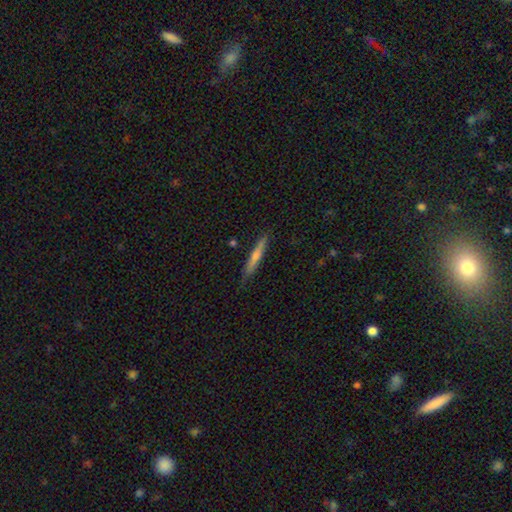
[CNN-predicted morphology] Smooth or featured: featured or disk — 55% (smooth — 38%)
Edge-on disk: yes — 96% (no — 4%)
Edge-on bulge: rounded — 66% (none — 29%)
Merging: none — 89% (minor disturbance — 9%)